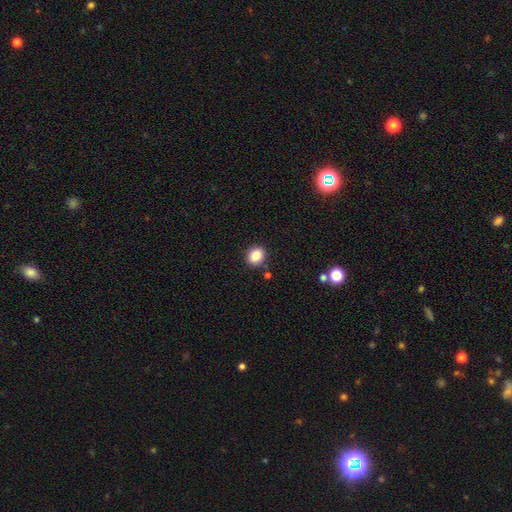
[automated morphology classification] A smooth galaxy with no disk features (85%) that is round (64%). Merging: none (86%).